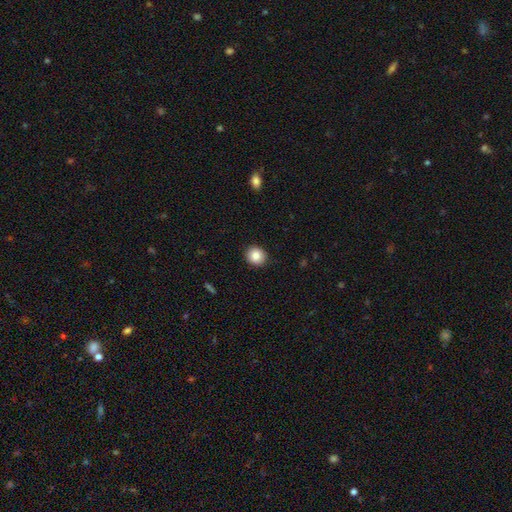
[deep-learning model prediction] Smooth or featured? Predicted: smooth (p=0.85). How rounded? Predicted: round (p=0.84). Merging? Predicted: none (p=0.91).